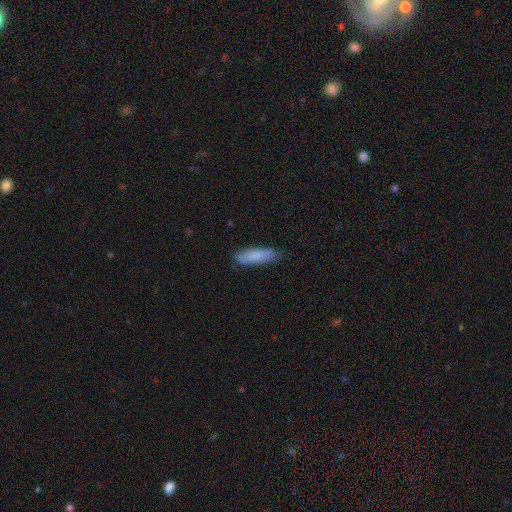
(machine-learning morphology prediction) Q: Smooth or featured?
A: smooth (82%); runner-up: featured or disk (12%)
Q: How rounded?
A: cigar-shaped (61%); runner-up: in between (38%)
Q: Merging?
A: none (78%); runner-up: minor disturbance (17%)